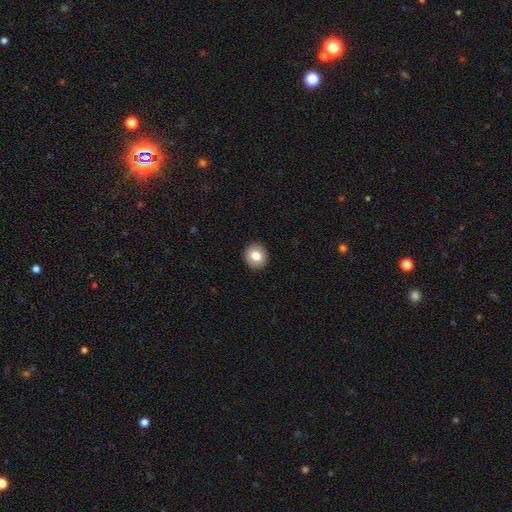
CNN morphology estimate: Smooth or featured?
  - smooth: 80% *
  - featured or disk: 11%
  - star or artifact: 9%
How rounded?
  - round: 87% *
  - in between: 12%
  - cigar-shaped: 1%
Merging?
  - none: 92% *
  - minor disturbance: 5%
  - major disturbance: 2%
  - merger: 1%